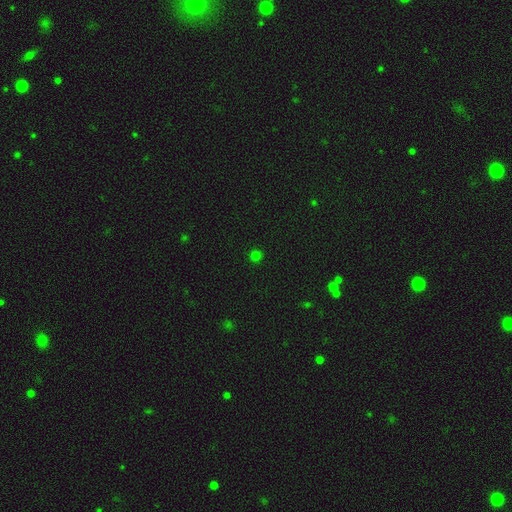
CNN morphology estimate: The model was most divided on "smooth or featured": smooth: 75%, star or artifact: 21%, featured or disk: 4%. More confident: how rounded — round (94%); merging — none (92%).